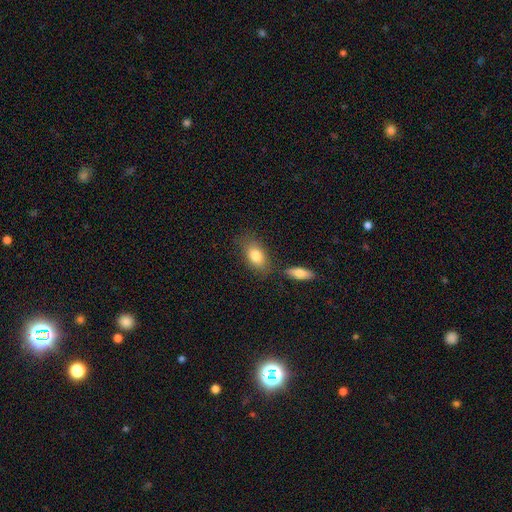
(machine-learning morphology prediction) Smooth or featured?
  - smooth: 80% *
  - featured or disk: 13%
  - star or artifact: 7%
How rounded?
  - in between: 87% *
  - round: 9%
  - cigar-shaped: 4%
Merging?
  - none: 71% *
  - minor disturbance: 14%
  - merger: 11%
  - major disturbance: 4%